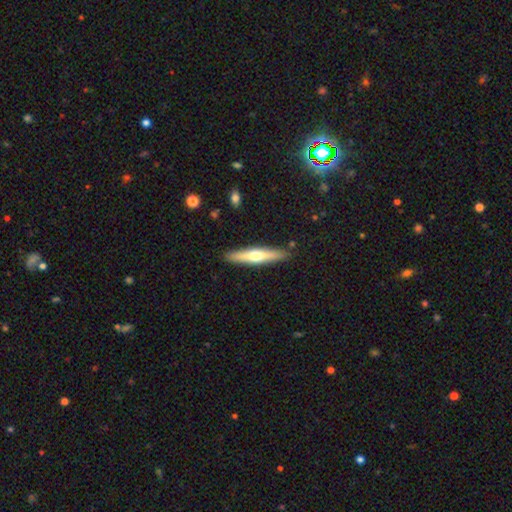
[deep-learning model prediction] Smooth or featured?
  - featured or disk: 54% *
  - smooth: 42%
  - star or artifact: 5%
Edge-on disk?
  - yes: 94% *
  - no: 6%
Edge-on bulge?
  - rounded: 91% *
  - none: 7%
  - boxy: 3%
Merging?
  - none: 89% *
  - minor disturbance: 8%
  - major disturbance: 2%
  - merger: 1%